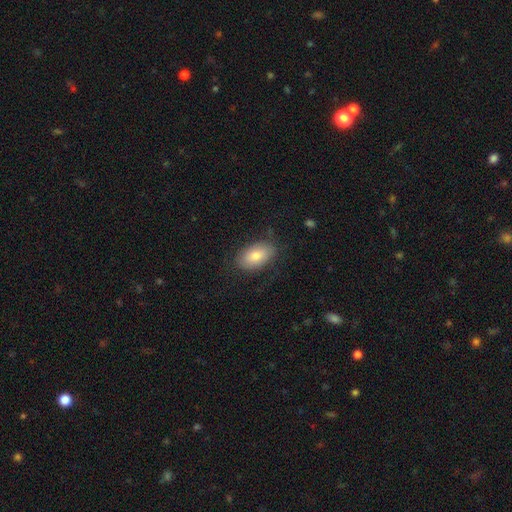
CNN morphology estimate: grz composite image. It shows a smooth galaxy with no disk features (77%) that is in between round and cigar-shaped (92%). Merging: none (80%).